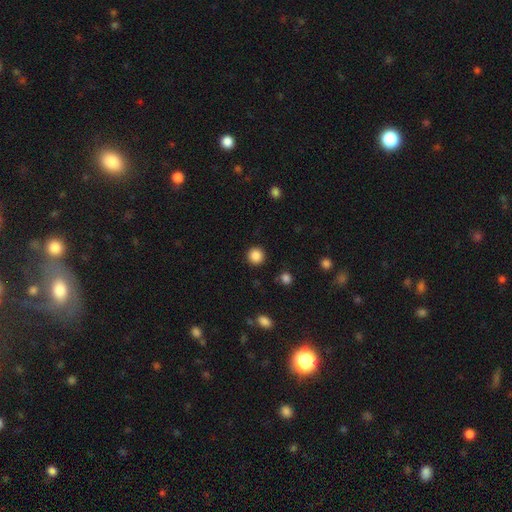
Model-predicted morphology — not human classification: Smooth or featured? smooth (87%)
How rounded? round (94%)
Merging? none (91%)